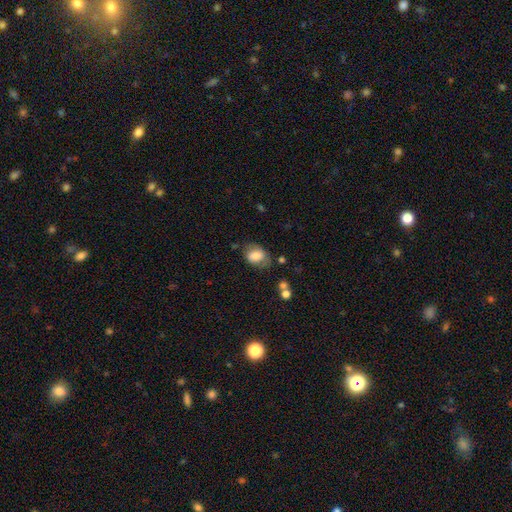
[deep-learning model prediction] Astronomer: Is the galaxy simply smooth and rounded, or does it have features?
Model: smooth — 71%.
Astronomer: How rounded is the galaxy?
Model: in between — 75%.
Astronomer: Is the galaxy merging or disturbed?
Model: none — 64%.